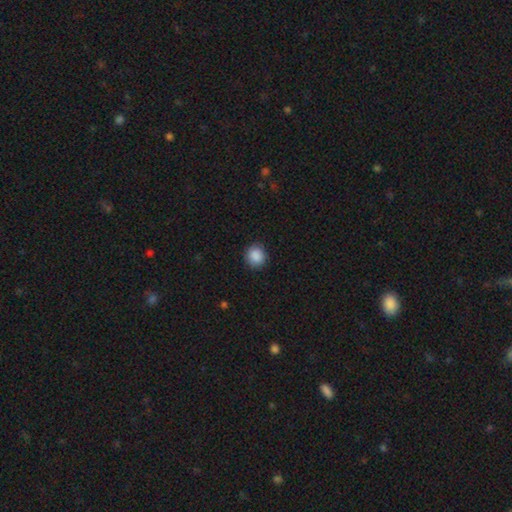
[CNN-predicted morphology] Q: Smooth or featured?
A: smooth (89%); runner-up: star or artifact (8%)
Q: How rounded?
A: round (86%); runner-up: in between (13%)
Q: Merging?
A: none (89%); runner-up: minor disturbance (8%)